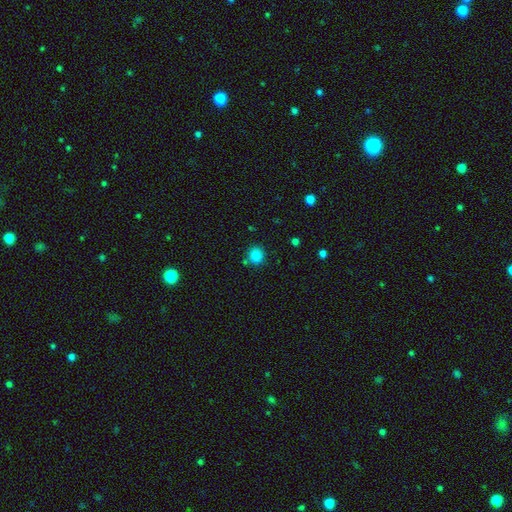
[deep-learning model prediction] Smooth or featured?
  - smooth: 84% *
  - star or artifact: 12%
  - featured or disk: 4%
How rounded?
  - round: 80% *
  - in between: 19%
  - cigar-shaped: 1%
Merging?
  - none: 77% *
  - minor disturbance: 12%
  - merger: 7%
  - major disturbance: 3%